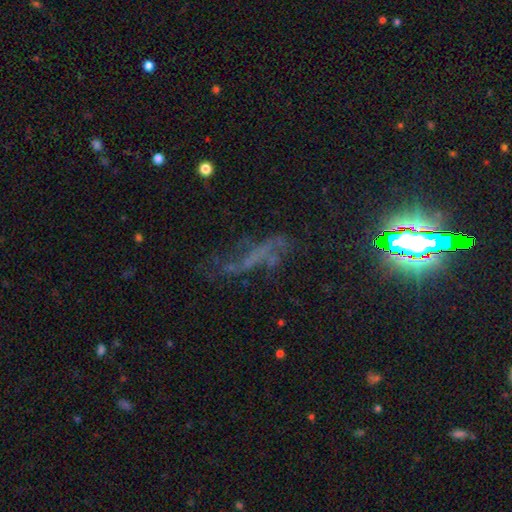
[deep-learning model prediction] This appears to be a featured or disk galaxy (43%). Merging: none (43%).